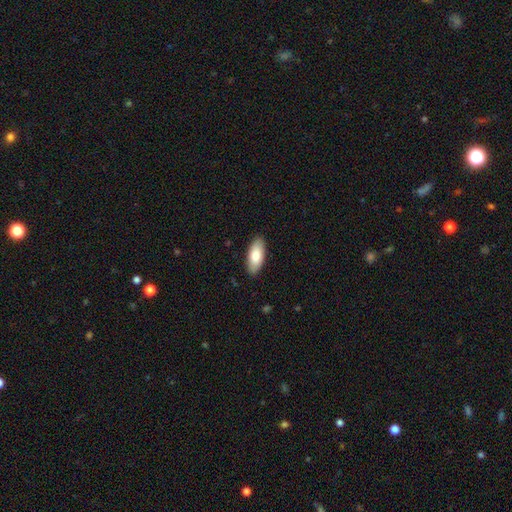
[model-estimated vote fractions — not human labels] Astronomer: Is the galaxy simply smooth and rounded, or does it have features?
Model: smooth — 81%.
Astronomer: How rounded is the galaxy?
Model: in between — 87%.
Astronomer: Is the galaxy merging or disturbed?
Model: none — 89%.